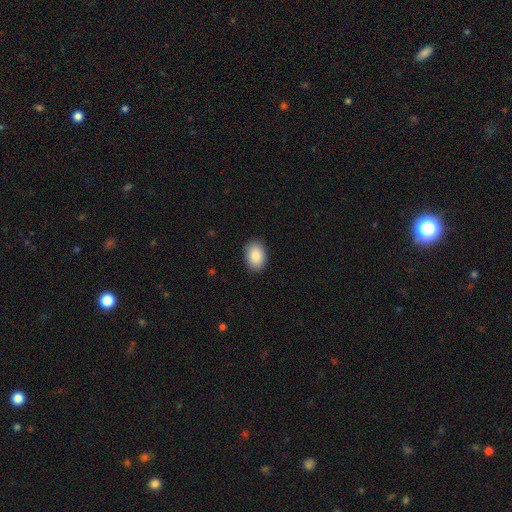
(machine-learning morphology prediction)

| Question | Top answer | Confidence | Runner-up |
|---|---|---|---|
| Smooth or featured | smooth | 89% | star or artifact (6%) |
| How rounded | in between | 87% | round (12%) |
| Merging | none | 88% | minor disturbance (9%) |